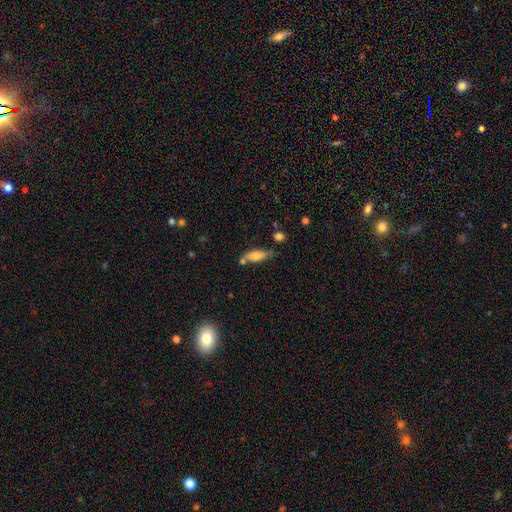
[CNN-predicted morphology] Smooth or featured? Predicted: smooth (p=0.63). How rounded? Predicted: in between (p=0.68). Merging? Predicted: none (p=0.59).